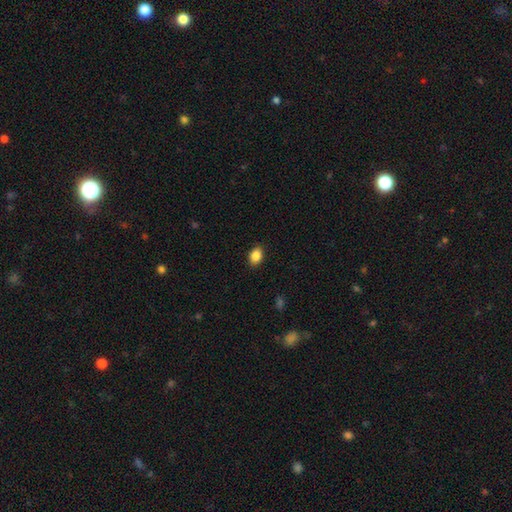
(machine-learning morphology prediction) Overall: smooth (87%). How rounded: in between (80%). Merging: none (88%).